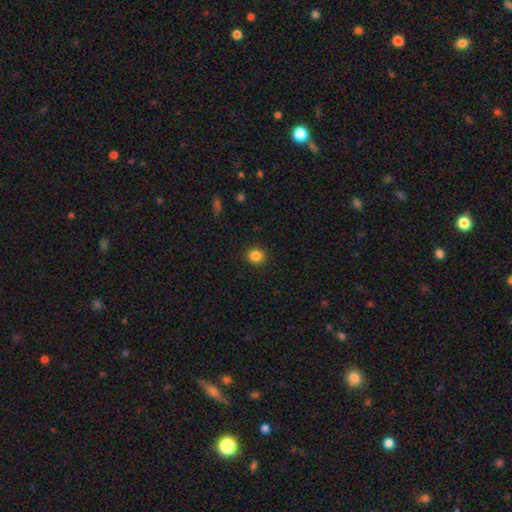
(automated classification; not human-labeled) Smooth or featured? Predicted: smooth (p=0.85). How rounded? Predicted: round (p=0.88). Merging? Predicted: none (p=0.91).